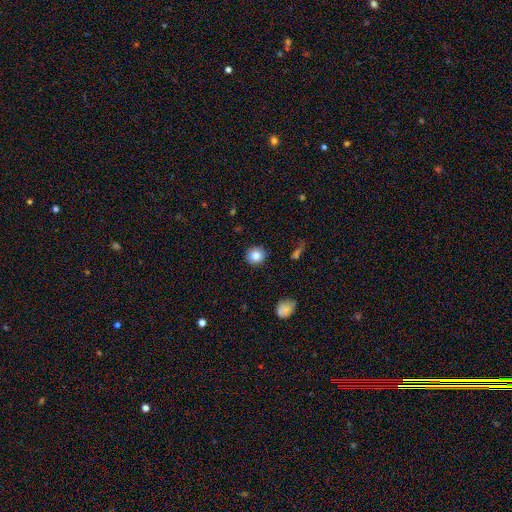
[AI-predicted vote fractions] Overall: smooth (84%). How rounded: round (87%). Merging: none (89%).